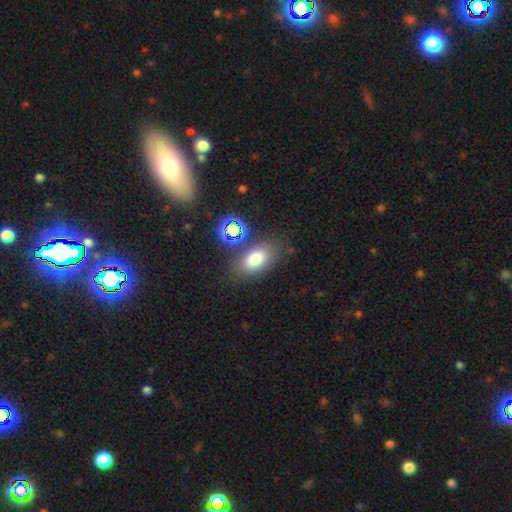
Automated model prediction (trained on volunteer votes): Overall: smooth (77%). How rounded: in between (88%). Merging: none (76%).